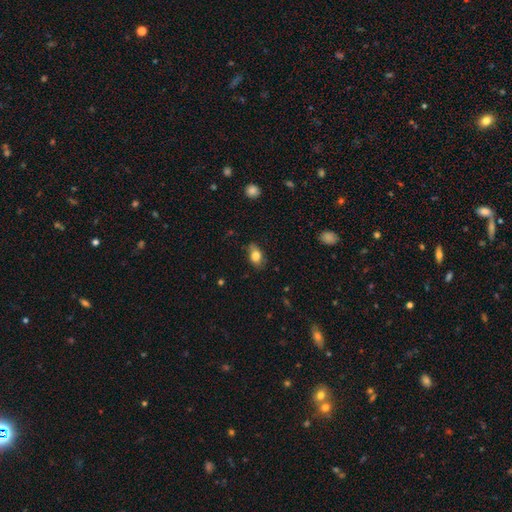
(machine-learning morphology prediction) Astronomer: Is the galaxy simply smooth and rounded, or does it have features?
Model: smooth — 80%.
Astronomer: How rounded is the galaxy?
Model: in between — 82%.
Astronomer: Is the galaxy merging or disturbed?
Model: none — 70%.